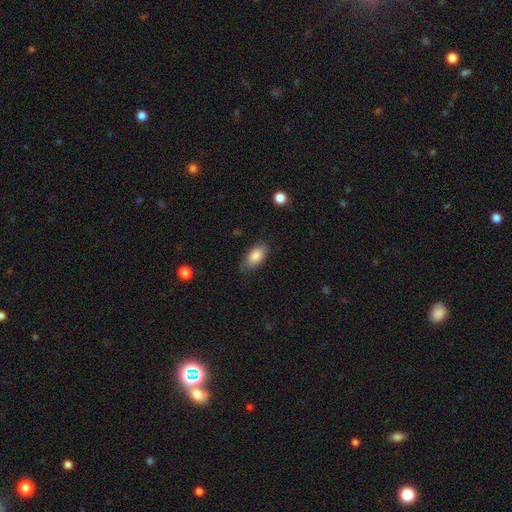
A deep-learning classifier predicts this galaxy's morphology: smooth_or_featured: smooth (p=0.85) [alt: featured or disk p=0.08]
how_rounded: in between (p=0.91) [alt: cigar-shaped p=0.05]
merging: none (p=0.79) [alt: minor disturbance p=0.17]